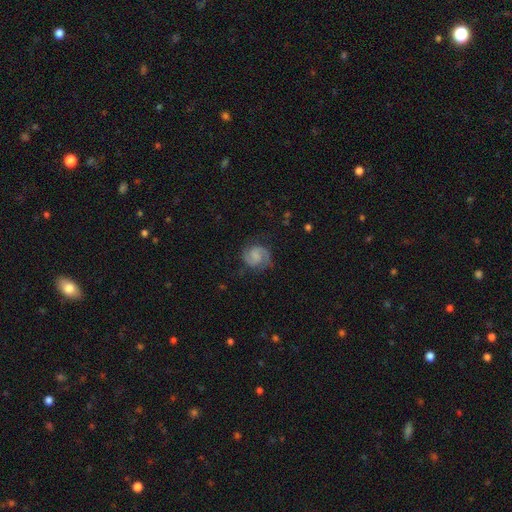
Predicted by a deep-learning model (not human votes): Smooth or featured? Predicted: featured or disk (p=0.81). Edge-on disk? Predicted: no (p=0.98). Bar? Predicted: weak (p=0.47). Spiral arms? Predicted: yes (p=0.97). Spiral winding? Predicted: medium (p=0.52). Spiral arm count? Predicted: 2 (p=0.92). Bulge size? Predicted: none (p=0.51). Merging? Predicted: none (p=0.79).